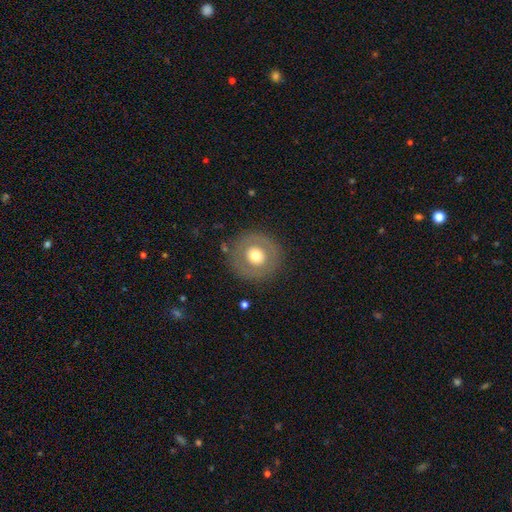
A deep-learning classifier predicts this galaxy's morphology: Smooth or featured? Predicted: smooth (p=0.56). How rounded? Predicted: round (p=0.93). Merging? Predicted: none (p=0.84).